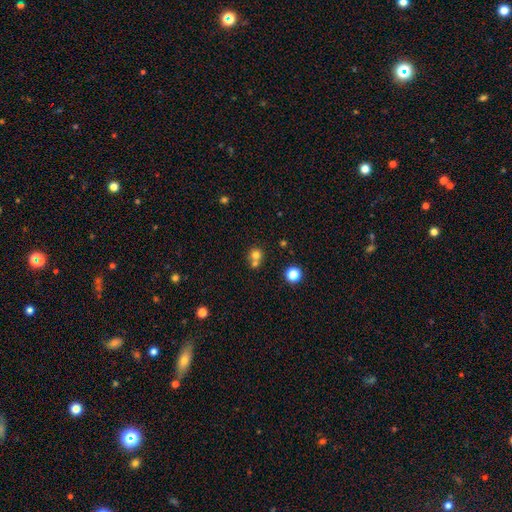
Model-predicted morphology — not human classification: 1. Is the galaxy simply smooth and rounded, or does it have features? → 74% smooth, 15% star or artifact, 11% featured or disk.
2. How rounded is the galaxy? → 88% round, 11% in between, 1% cigar-shaped.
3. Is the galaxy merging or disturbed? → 47% none, 44% merger, 6% minor disturbance, 3% major disturbance.